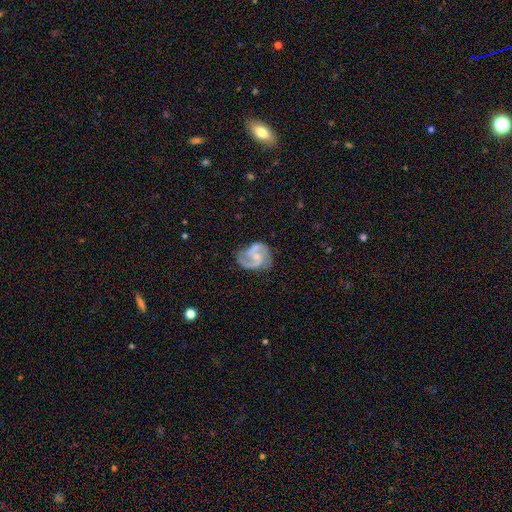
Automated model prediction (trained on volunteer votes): The model was most divided on "bar": no: 45%, weak: 44%, strong: 11%. More confident: edge-on disk — no (98%); spiral arms — yes (96%); spiral arm count — 2 (91%); smooth or featured — featured or disk (88%); merging — none (67%); spiral winding — medium (58%); bulge size — small (57%).